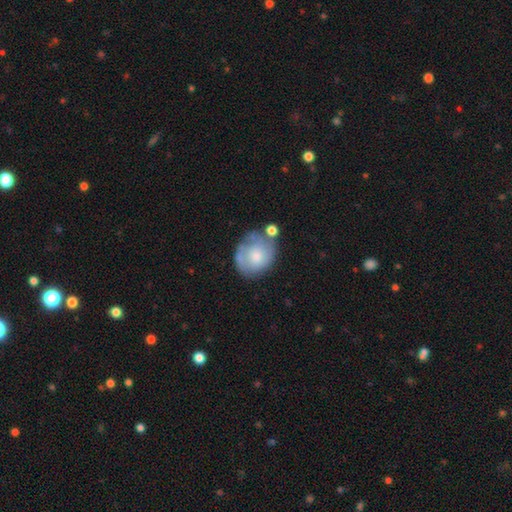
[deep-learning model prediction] smooth 55%, featured or disk 38%, star or artifact 7%. Down the decision tree: how rounded — round (59%); merging — none (48%).